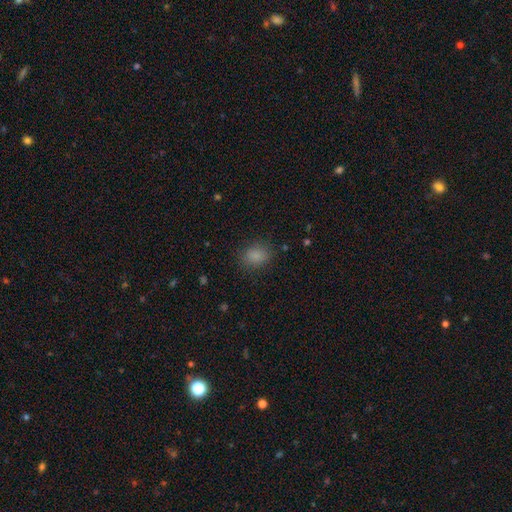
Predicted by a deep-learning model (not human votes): Smooth or featured? Predicted: smooth (p=0.84). How rounded? Predicted: in between (p=0.54). Merging? Predicted: none (p=0.83).